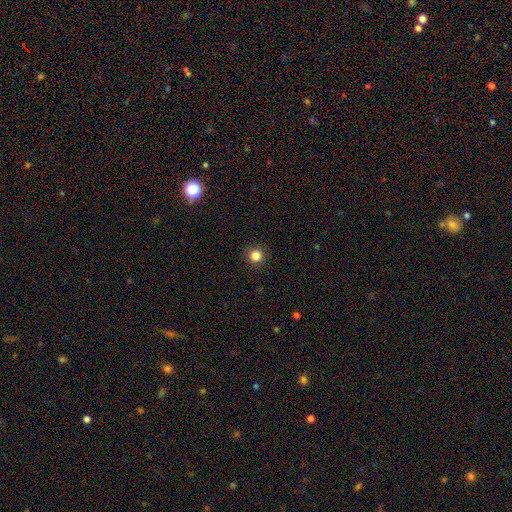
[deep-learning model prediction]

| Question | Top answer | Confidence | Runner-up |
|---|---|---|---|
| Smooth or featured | smooth | 84% | star or artifact (12%) |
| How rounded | round | 95% | in between (4%) |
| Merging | none | 92% | minor disturbance (6%) |